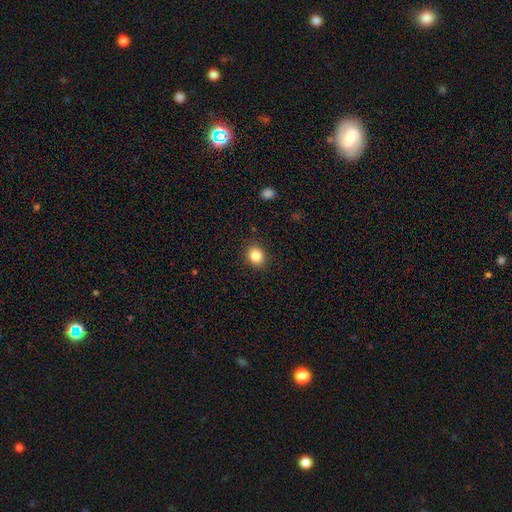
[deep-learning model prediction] Smooth or featured? Predicted: smooth (p=0.84). How rounded? Predicted: round (p=0.64). Merging? Predicted: none (p=0.90).